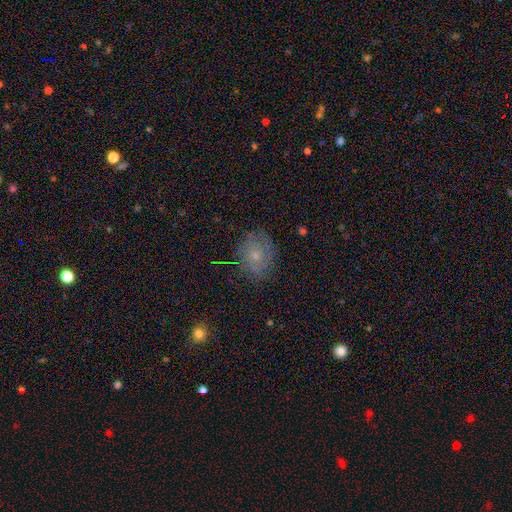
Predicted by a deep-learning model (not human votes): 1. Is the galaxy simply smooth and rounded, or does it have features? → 44% featured or disk, 42% smooth, 14% star or artifact.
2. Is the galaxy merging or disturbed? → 76% none, 17% minor disturbance, 6% major disturbance, 1% merger.